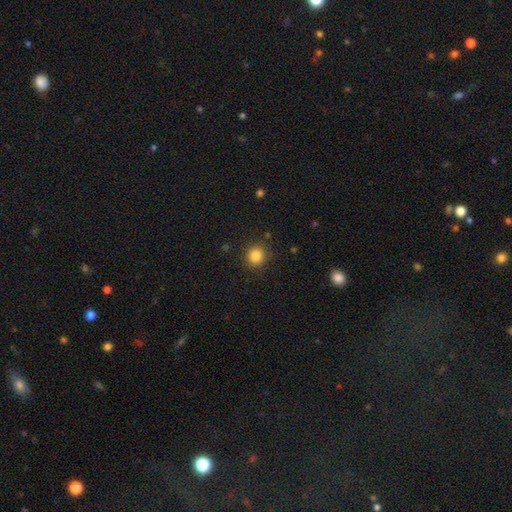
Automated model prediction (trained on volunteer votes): Morphology: type=smooth (84%); roundness=round (88%); merging=none (89%).